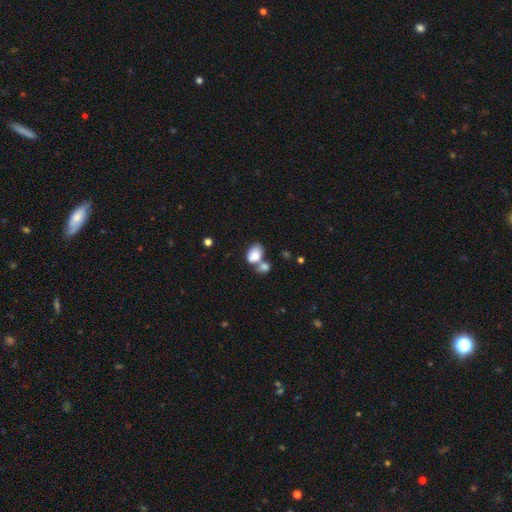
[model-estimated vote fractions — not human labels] This appears to be a smooth galaxy with no disk features (78%) that is in between round and cigar-shaped (83%). Merging: merger (51%).